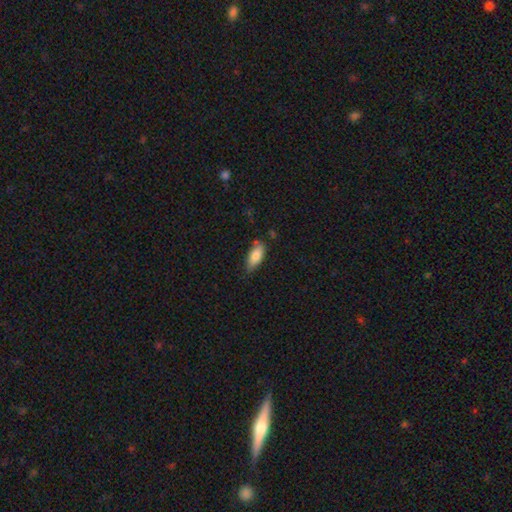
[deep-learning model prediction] Smooth or featured? Predicted: smooth (p=0.82). How rounded? Predicted: in between (p=0.82). Merging? Predicted: none (p=0.67).